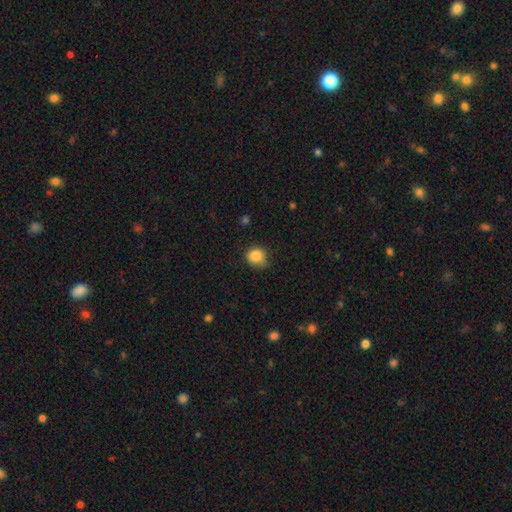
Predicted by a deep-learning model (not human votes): A smooth galaxy with no disk features (85%) that is round (78%).

Vote fractions:
- Smooth or featured? smooth: 85% / star or artifact: 10% / featured or disk: 5%
- How rounded? round: 78% / in between: 21% / cigar-shaped: 1%
- Merging? none: 62% / minor disturbance: 30% / major disturbance: 6% / merger: 2%